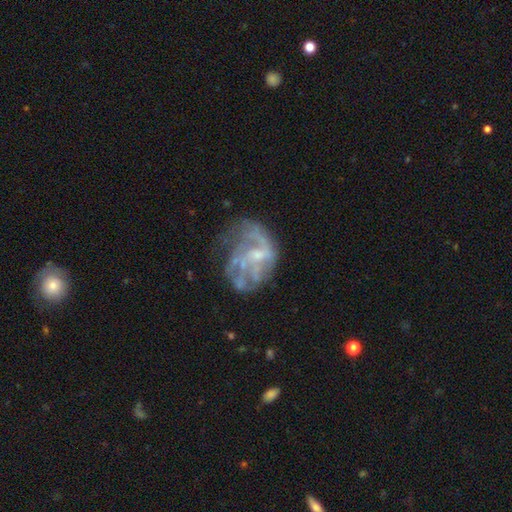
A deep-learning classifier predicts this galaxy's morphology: Smooth or featured?
  - featured or disk: 73% *
  - smooth: 16%
  - star or artifact: 11%
Edge-on disk?
  - no: 98% *
  - yes: 2%
Bar?
  - no: 67% *
  - weak: 28%
  - strong: 5%
Spiral arms?
  - yes: 52% *
  - no: 48%
Bulge size?
  - small: 54% *
  - moderate: 23%
  - none: 20%
  - large: 2%
  - dominant: 1%
Merging?
  - none: 44% *
  - major disturbance: 30%
  - minor disturbance: 22%
  - merger: 5%